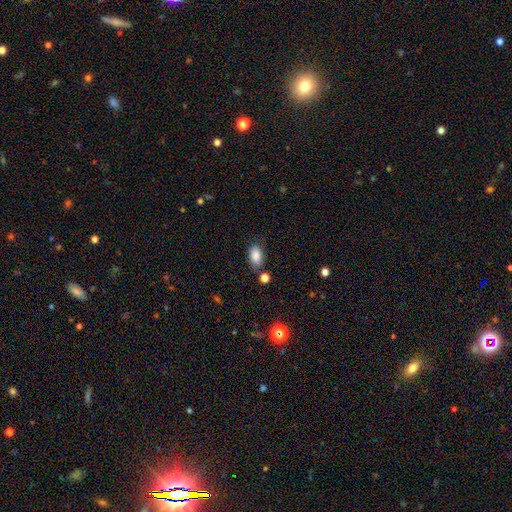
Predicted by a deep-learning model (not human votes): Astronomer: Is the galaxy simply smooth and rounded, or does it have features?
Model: smooth — 87%.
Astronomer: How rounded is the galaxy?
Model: in between — 91%.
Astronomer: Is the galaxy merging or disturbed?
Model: none — 78%.